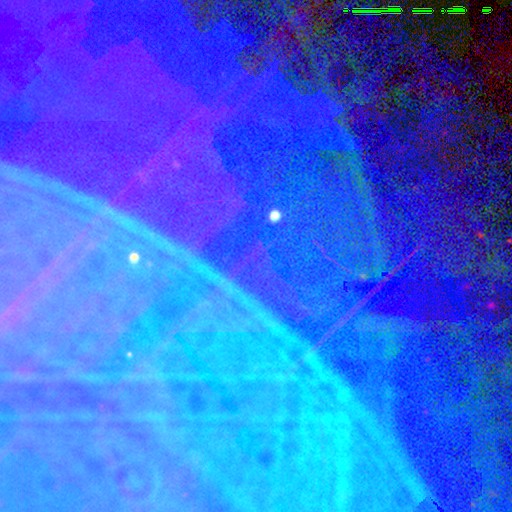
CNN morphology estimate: smooth-or-featured: star or artifact: 84% | featured or disk: 9% | smooth: 7%